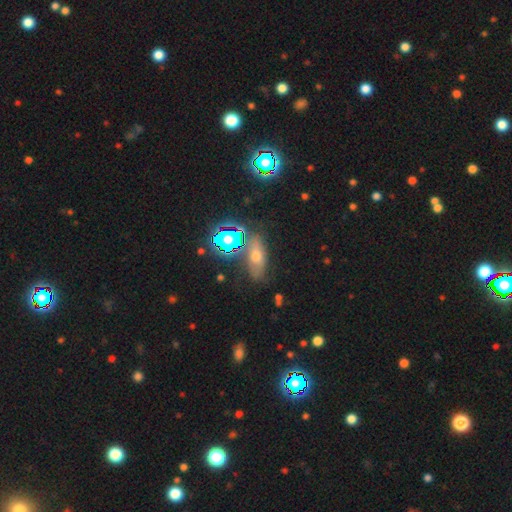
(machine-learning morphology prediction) This is possibly a smooth galaxy (46%). Merging: likely none (72%).